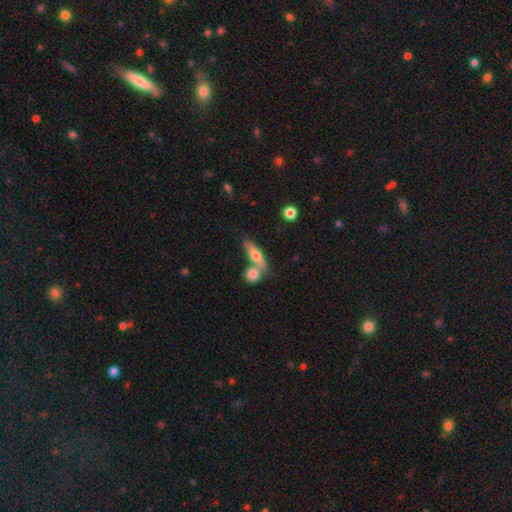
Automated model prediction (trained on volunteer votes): Smooth or featured? smooth (54%)
How rounded? cigar-shaped (61%)
Merging? none (52%)